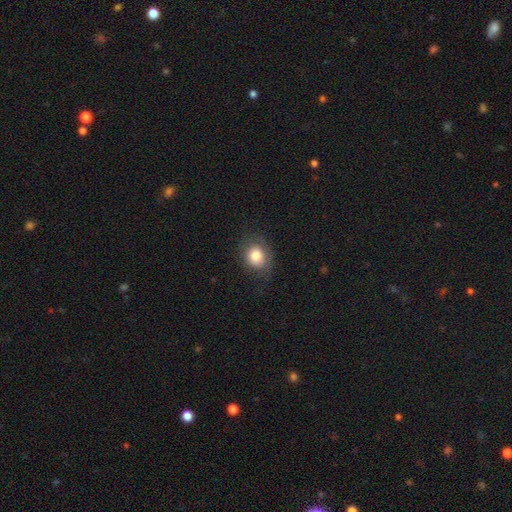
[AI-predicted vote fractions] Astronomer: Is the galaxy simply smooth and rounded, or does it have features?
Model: smooth — 80%.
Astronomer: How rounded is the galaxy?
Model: round — 57% (runner-up: in between, 42%).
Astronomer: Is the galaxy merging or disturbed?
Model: none — 67%.